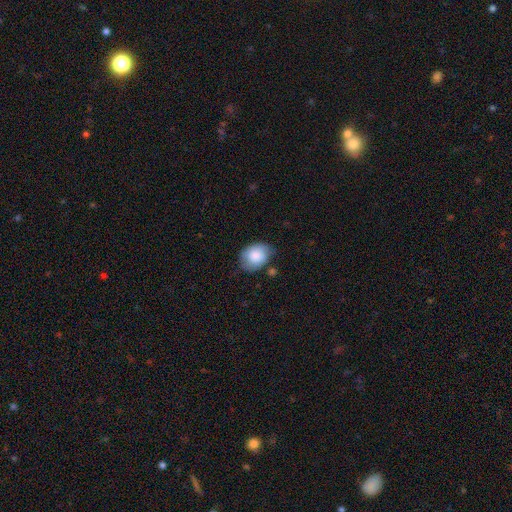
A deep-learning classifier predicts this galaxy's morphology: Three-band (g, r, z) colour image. It shows a smooth galaxy with no disk features (80%) that is in between round and cigar-shaped (60%). Merging: none (56%).